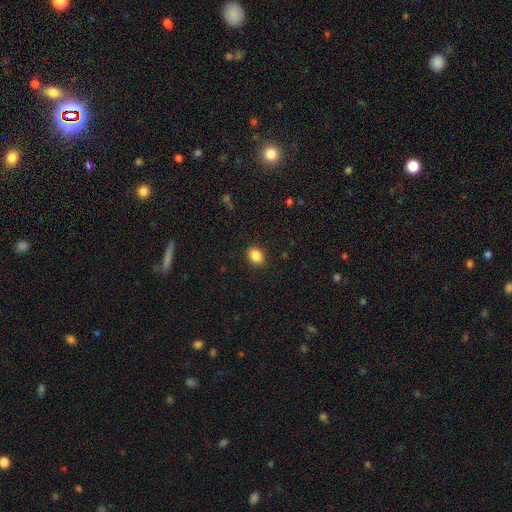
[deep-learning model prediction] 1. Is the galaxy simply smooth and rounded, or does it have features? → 87% smooth, 9% star or artifact, 4% featured or disk.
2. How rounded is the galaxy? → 65% in between, 34% round, 1% cigar-shaped.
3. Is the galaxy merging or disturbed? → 89% none, 8% minor disturbance, 2% major disturbance, 1% merger.